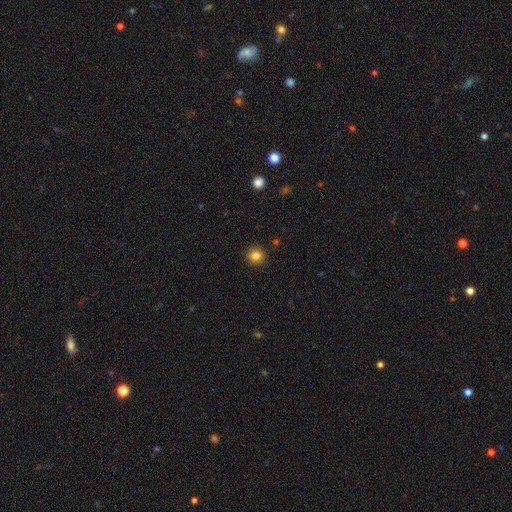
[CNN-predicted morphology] Smooth or featured?
  - smooth: 83% *
  - star or artifact: 11%
  - featured or disk: 5%
How rounded?
  - round: 94% *
  - in between: 5%
  - cigar-shaped: 1%
Merging?
  - none: 92% *
  - minor disturbance: 5%
  - major disturbance: 2%
  - merger: 1%